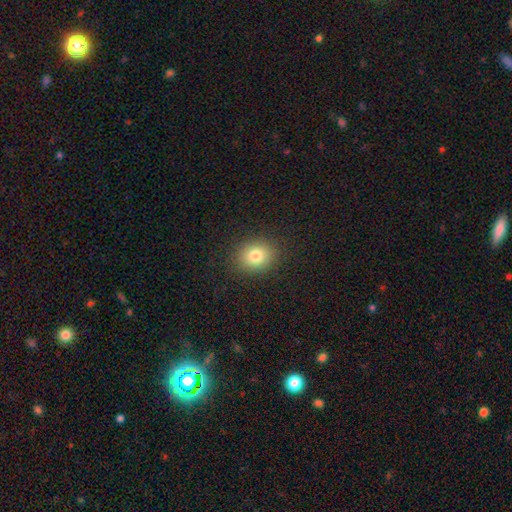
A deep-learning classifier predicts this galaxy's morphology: smooth-or-featured: smooth: 81% | star or artifact: 11% | featured or disk: 8%
  how-rounded: round: 56% | in between: 43% | cigar-shaped: 1%
  merging: none: 88% | minor disturbance: 8% | major disturbance: 3% | merger: 1%